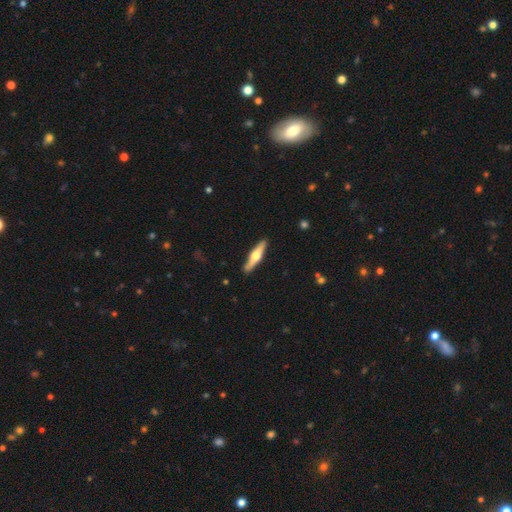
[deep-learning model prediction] A featured or disk galaxy (62%) viewed edge-on (96%) with a rounded central bulge (94%).

Vote fractions:
- Smooth or featured? featured or disk: 62% / smooth: 33% / star or artifact: 5%
- Edge-on disk? yes: 96% / no: 4%
- Edge-on bulge? rounded: 94% / boxy: 4% / none: 3%
- Merging? none: 90% / minor disturbance: 8% / major disturbance: 2% / merger: 1%